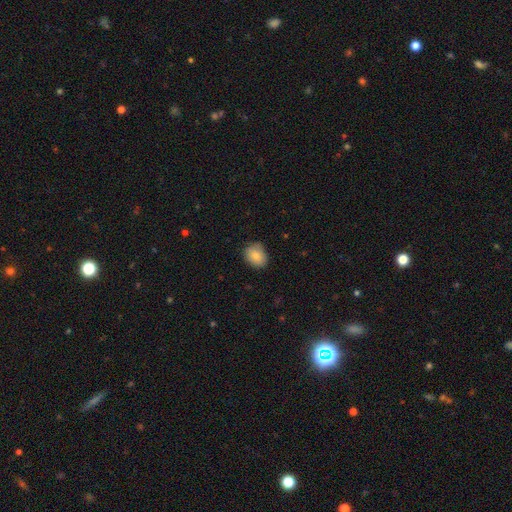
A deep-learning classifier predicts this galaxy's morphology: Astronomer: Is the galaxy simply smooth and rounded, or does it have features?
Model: smooth — 82%.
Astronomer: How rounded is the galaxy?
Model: in between — 54% (runner-up: round, 45%).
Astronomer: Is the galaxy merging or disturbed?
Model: none — 76%.